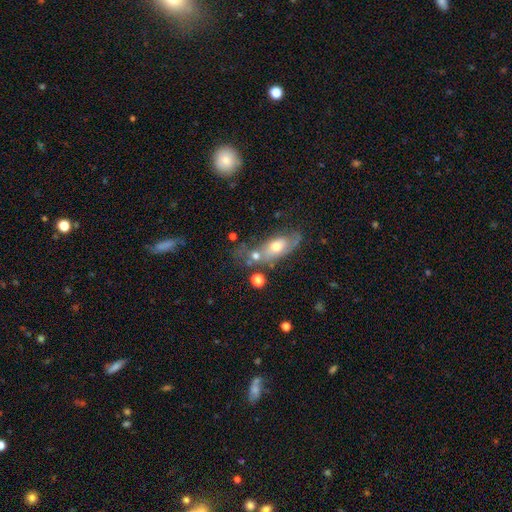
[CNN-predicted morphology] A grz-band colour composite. It shows a smooth galaxy with no disk features (51%) that is in between round and cigar-shaped (67%). Merging: none (38%).